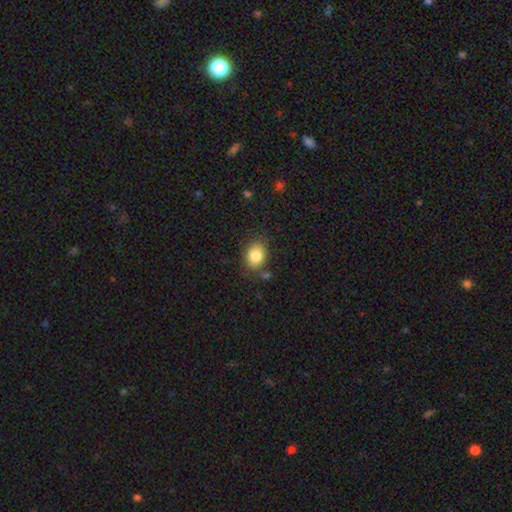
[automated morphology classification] The model was most divided on "how rounded": in between: 54%, round: 45%, cigar-shaped: 1%. More confident: smooth or featured — smooth (83%); merging — none (77%).